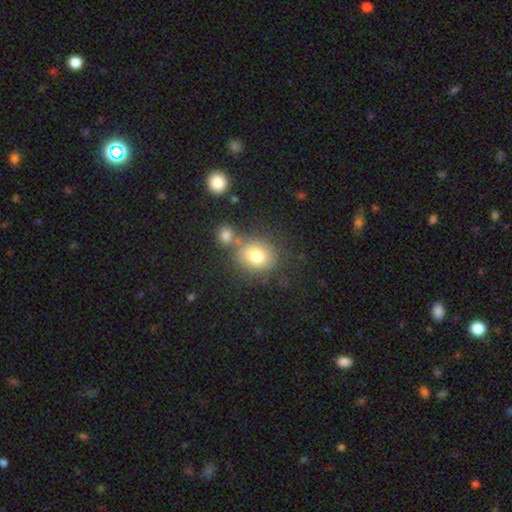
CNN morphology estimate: Smooth or featured?
  - smooth: 77% *
  - star or artifact: 11%
  - featured or disk: 11%
How rounded?
  - round: 69% *
  - in between: 30%
  - cigar-shaped: 1%
Merging?
  - none: 62% *
  - merger: 21%
  - minor disturbance: 12%
  - major disturbance: 5%